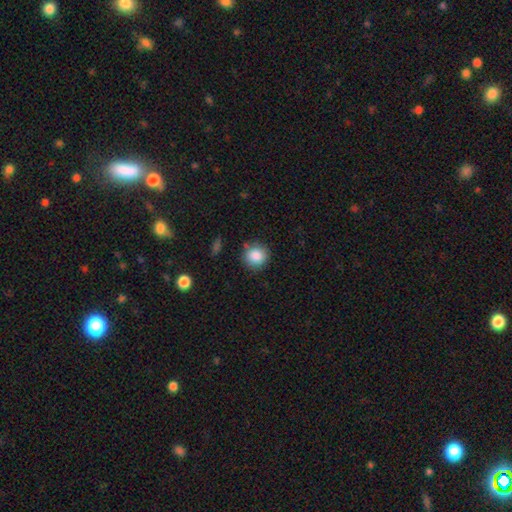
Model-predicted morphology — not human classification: Smooth or featured?
  - smooth: 87% *
  - star or artifact: 9%
  - featured or disk: 5%
How rounded?
  - round: 89% *
  - in between: 10%
  - cigar-shaped: 1%
Merging?
  - none: 83% *
  - minor disturbance: 11%
  - major disturbance: 3%
  - merger: 2%